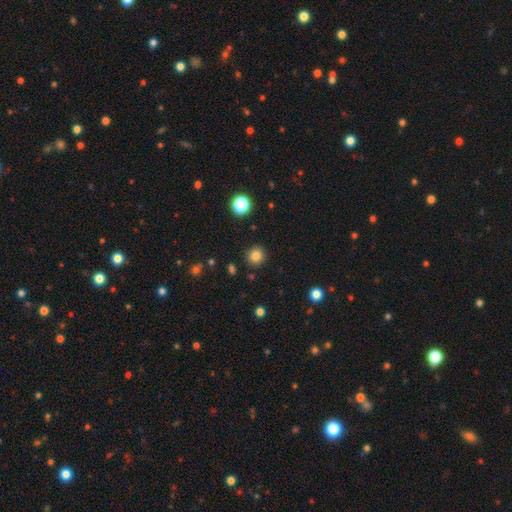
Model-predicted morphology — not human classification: smooth_or_featured: smooth (p=0.83) [alt: star or artifact p=0.12]
how_rounded: round (p=0.92) [alt: in between p=0.07]
merging: none (p=0.91) [alt: minor disturbance p=0.06]